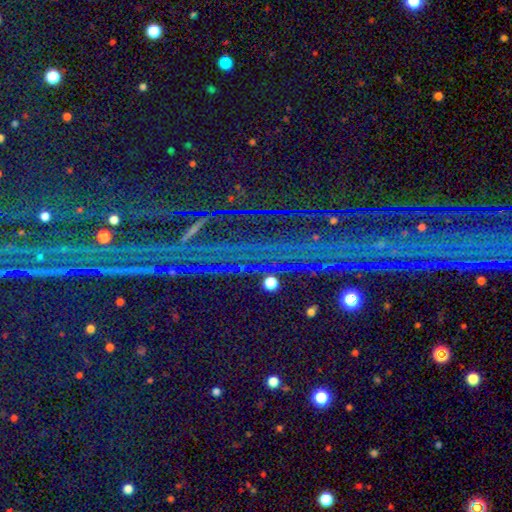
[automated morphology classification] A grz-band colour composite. It shows a star or artifact, not a galaxy (86%).